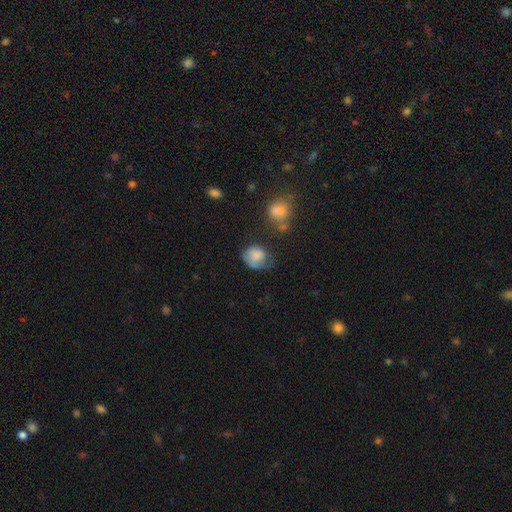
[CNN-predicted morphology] Q: Smooth or featured?
A: smooth (74%); runner-up: featured or disk (18%)
Q: How rounded?
A: round (53%); runner-up: in between (46%)
Q: Merging?
A: none (36%); runner-up: minor disturbance (33%)